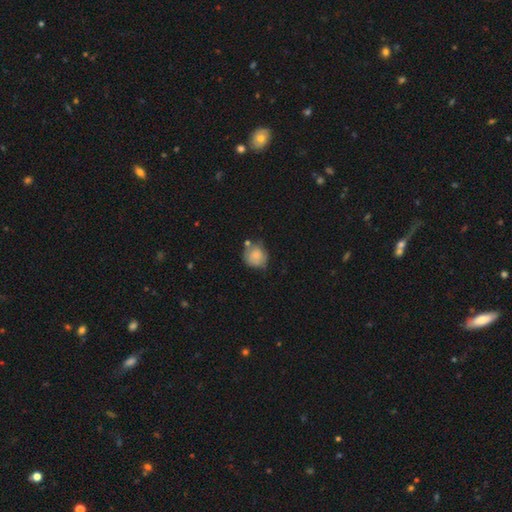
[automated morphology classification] Smooth or featured? smooth (76%)
How rounded? round (83%)
Merging? none (53%)